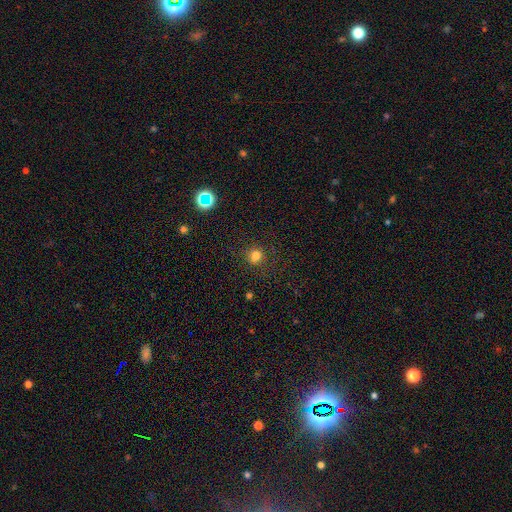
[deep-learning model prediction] Morphology: type=smooth (76%); roundness=round (87%); merging=none (79%).